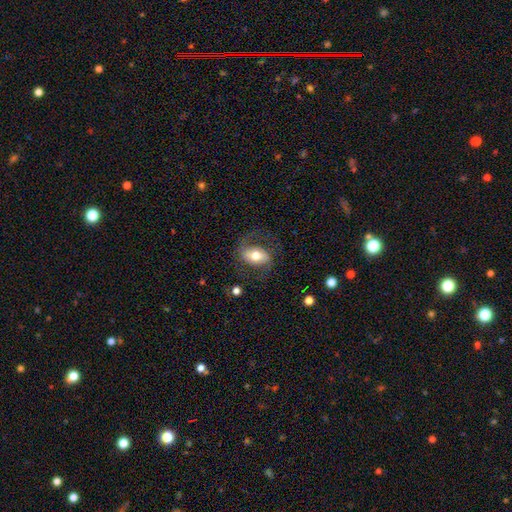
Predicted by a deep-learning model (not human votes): Smooth or featured? featured or disk (47%)
Merging? none (67%)